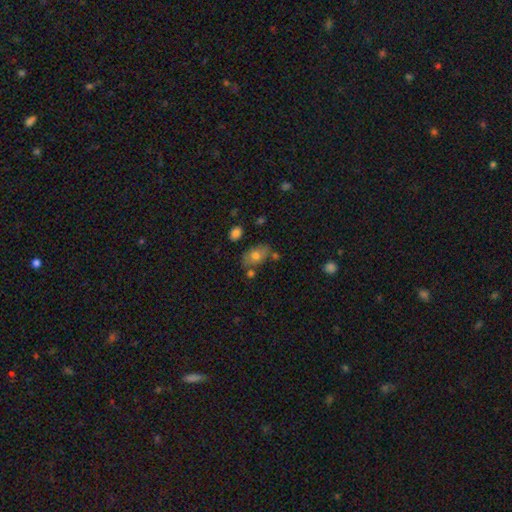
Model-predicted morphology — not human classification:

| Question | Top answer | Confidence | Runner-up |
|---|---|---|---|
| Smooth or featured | smooth | 73% | featured or disk (18%) |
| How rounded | in between | 87% | round (11%) |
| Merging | none | 66% | minor disturbance (18%) |